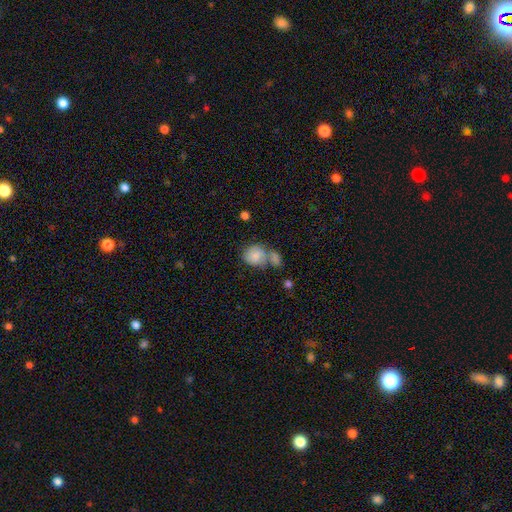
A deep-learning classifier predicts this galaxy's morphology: Smooth or featured: smooth — 80% (featured or disk — 12%)
How rounded: round — 62% (in between — 37%)
Merging: merger — 48% (none — 31%)